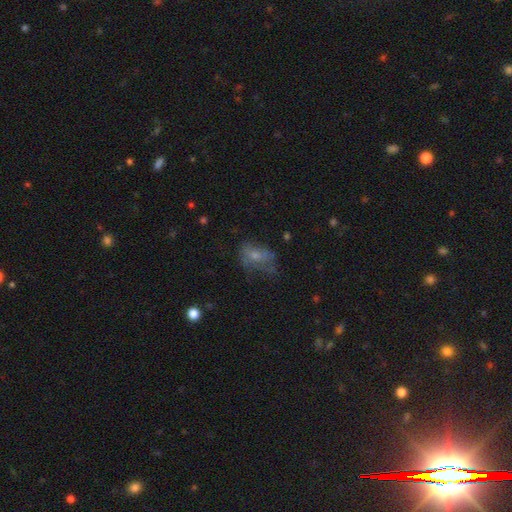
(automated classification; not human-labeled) The model was most divided on "merging": major disturbance: 35%, none: 33%, minor disturbance: 28%, merger: 4%. More confident: how rounded — in between (80%); smooth or featured — smooth (53%).